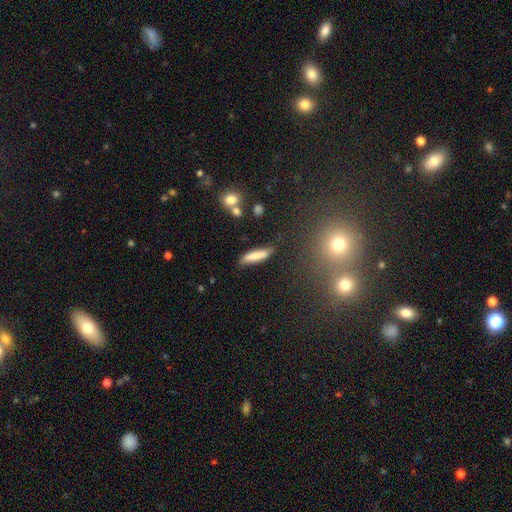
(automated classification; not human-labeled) Smooth or featured: smooth — 77% (featured or disk — 16%)
How rounded: cigar-shaped — 77% (in between — 22%)
Merging: none — 74% (minor disturbance — 18%)